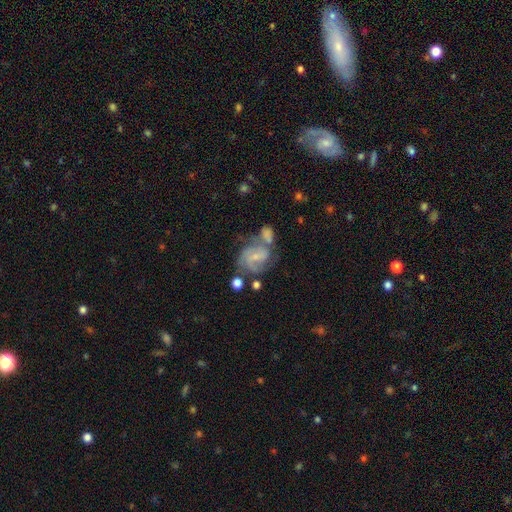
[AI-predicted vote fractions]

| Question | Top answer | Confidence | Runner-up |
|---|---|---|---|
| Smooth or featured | featured or disk | 75% | smooth (17%) |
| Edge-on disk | no | 98% | yes (2%) |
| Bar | weak | 45% | no (42%) |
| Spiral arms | yes | 91% | no (9%) |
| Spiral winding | medium | 49% | tight (34%) |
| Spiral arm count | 2 | 49% | can't tell (21%) |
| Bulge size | small | 69% | moderate (23%) |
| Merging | none | 36% | merger (34%) |